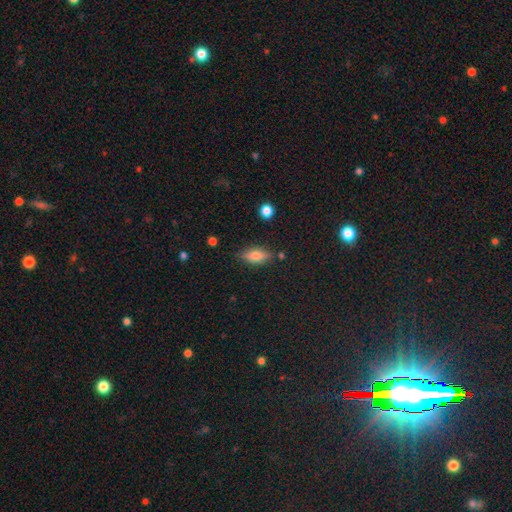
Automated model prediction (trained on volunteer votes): A smooth galaxy with no disk features (67%) that is in between round and cigar-shaped (76%).

Vote fractions:
- Smooth or featured? smooth: 67% / featured or disk: 24% / star or artifact: 9%
- How rounded? in between: 76% / cigar-shaped: 19% / round: 5%
- Merging? none: 79% / minor disturbance: 15% / major disturbance: 4% / merger: 3%